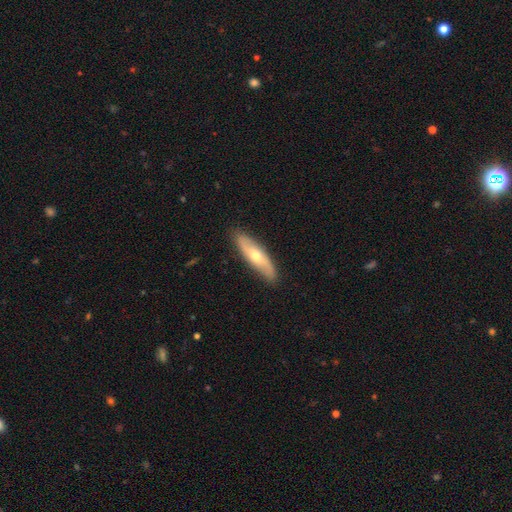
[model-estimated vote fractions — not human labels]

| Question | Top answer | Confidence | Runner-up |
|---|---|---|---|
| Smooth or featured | featured or disk | 51% | smooth (43%) |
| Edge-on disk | no | 54% | yes (46%) |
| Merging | none | 87% | minor disturbance (10%) |